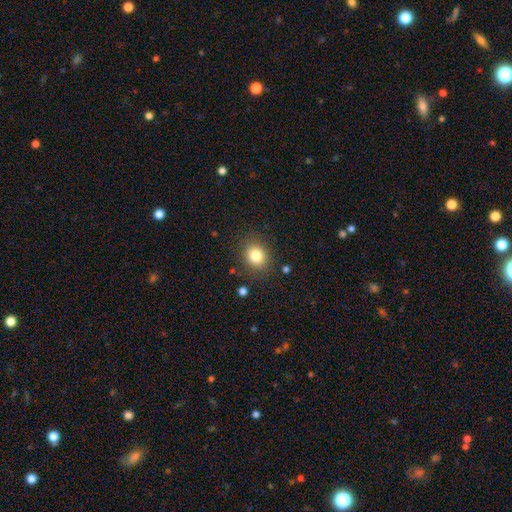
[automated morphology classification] smooth_or_featured: smooth (p=0.81) [alt: star or artifact p=0.11]
how_rounded: round (p=0.68) [alt: in between p=0.31]
merging: none (p=0.86) [alt: minor disturbance p=0.09]